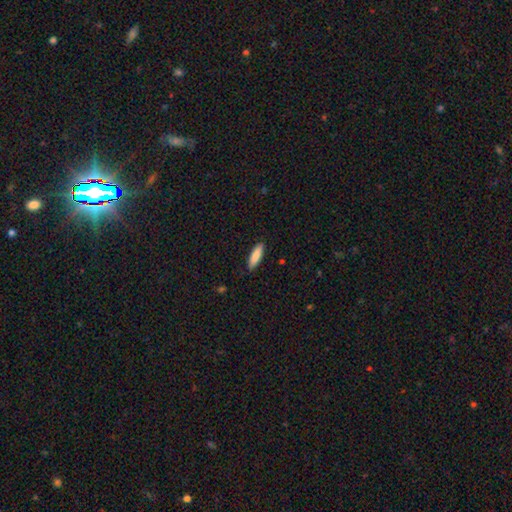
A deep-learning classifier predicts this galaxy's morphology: smooth_or_featured: smooth (p=0.86) [alt: featured or disk p=0.08]
how_rounded: cigar-shaped (p=0.62) [alt: in between p=0.37]
merging: none (p=0.88) [alt: minor disturbance p=0.09]